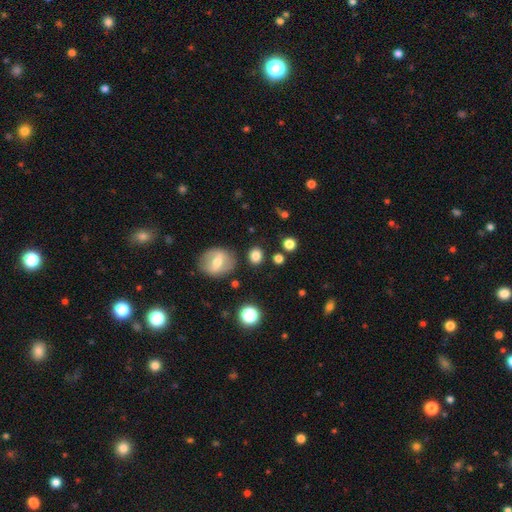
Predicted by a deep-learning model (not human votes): Smooth or featured? Predicted: smooth (p=0.78). How rounded? Predicted: round (p=0.71). Merging? Predicted: none (p=0.81).